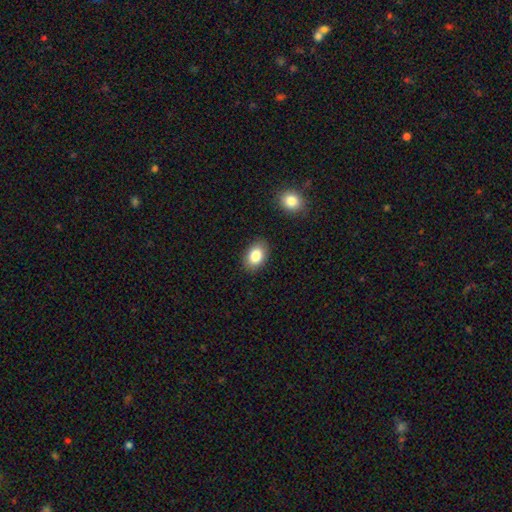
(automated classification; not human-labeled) A smooth galaxy with no disk features (83%) that is in between round and cigar-shaped (84%). Merging: none (87%).